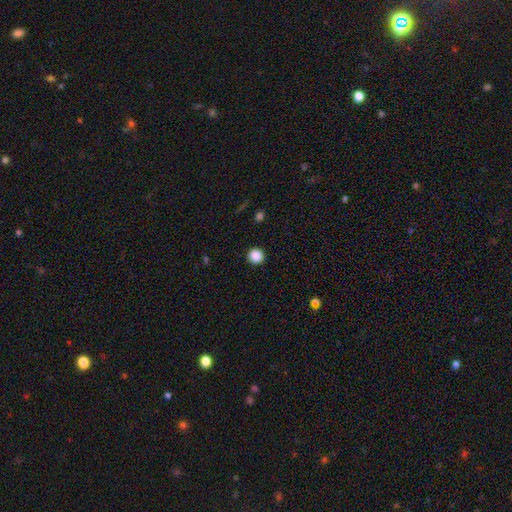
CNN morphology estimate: This is clearly a smooth galaxy (88%). How rounded: clearly round (94%). Merging: clearly none (92%).